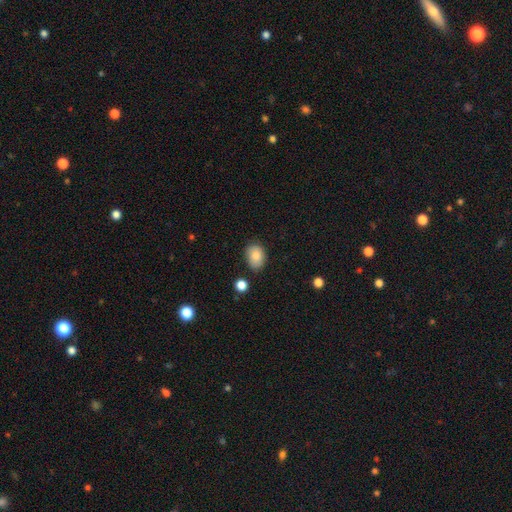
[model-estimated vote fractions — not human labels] Smooth or featured?
  - smooth: 85% *
  - star or artifact: 8%
  - featured or disk: 7%
How rounded?
  - in between: 75% *
  - round: 24%
  - cigar-shaped: 1%
Merging?
  - none: 79% *
  - minor disturbance: 16%
  - major disturbance: 3%
  - merger: 3%